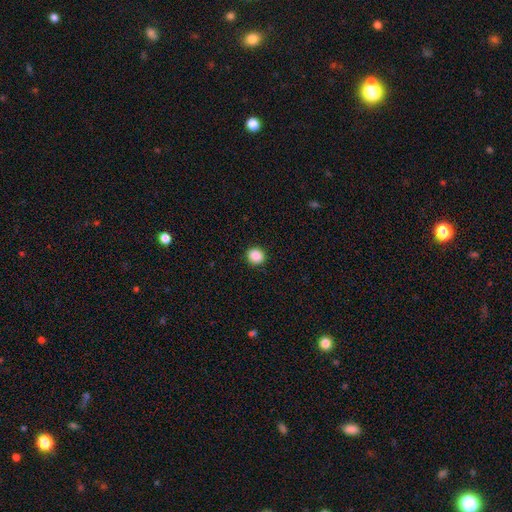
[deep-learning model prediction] A smooth galaxy with no disk features (89%) that is round (86%). Merging: none (92%).